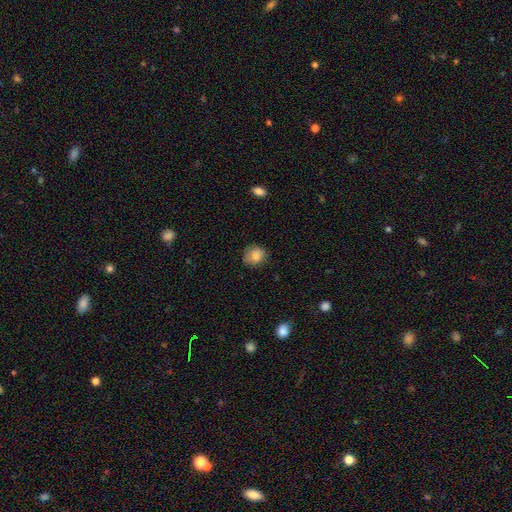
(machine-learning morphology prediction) The model was most divided on "merging": none: 75%, minor disturbance: 20%, major disturbance: 4%, merger: 1%. More confident: smooth or featured — smooth (82%); how rounded — round (78%).